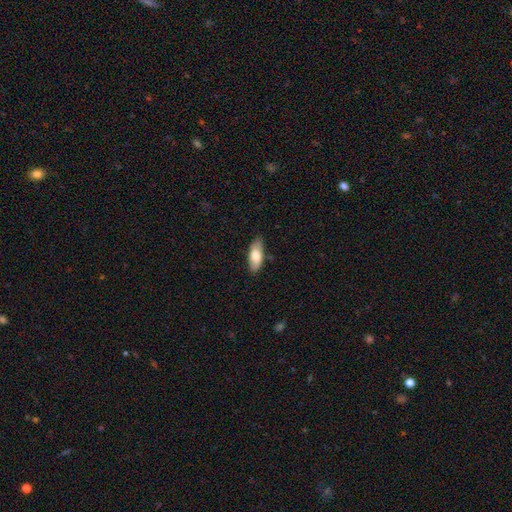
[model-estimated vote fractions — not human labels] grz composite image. It shows a smooth galaxy with no disk features (73%) that is in between round and cigar-shaped (80%). Merging: none (80%).